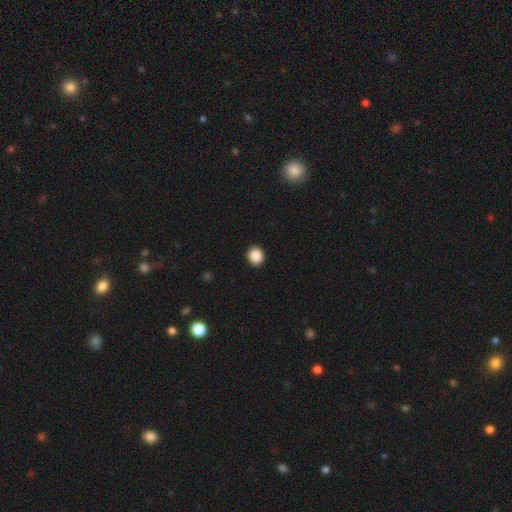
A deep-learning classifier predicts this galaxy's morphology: A smooth galaxy with no disk features (89%) that is round (84%).

Vote fractions:
- Smooth or featured? smooth: 89% / star or artifact: 9% / featured or disk: 2%
- How rounded? round: 84% / in between: 16% / cigar-shaped: 1%
- Merging? none: 92% / minor disturbance: 5% / major disturbance: 2% / merger: 1%